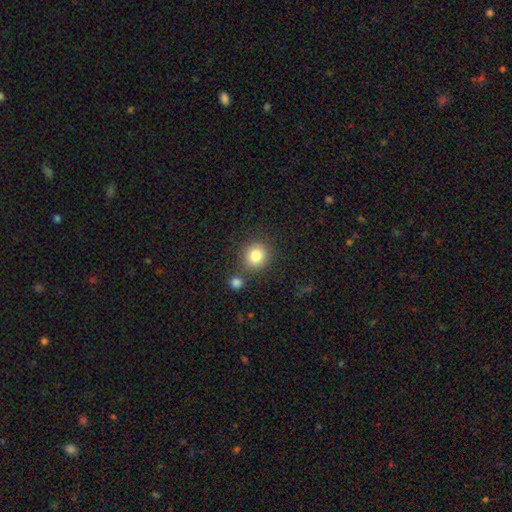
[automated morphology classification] This is clearly a smooth galaxy (82%). How rounded: clearly round (88%). Merging: likely none (77%).